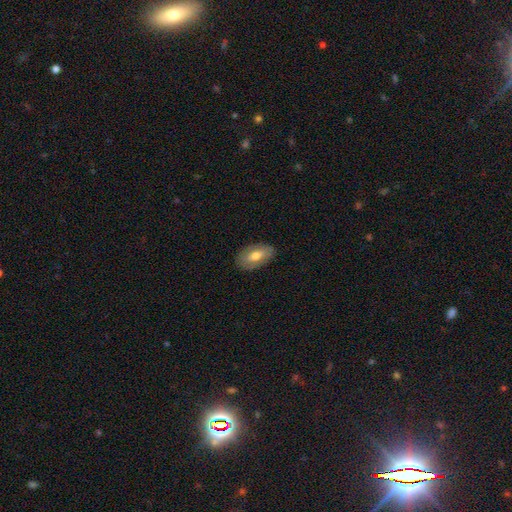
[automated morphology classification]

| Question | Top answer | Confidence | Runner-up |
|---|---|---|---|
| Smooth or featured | smooth | 57% | featured or disk (37%) |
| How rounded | in between | 92% | round (5%) |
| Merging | none | 83% | minor disturbance (12%) |